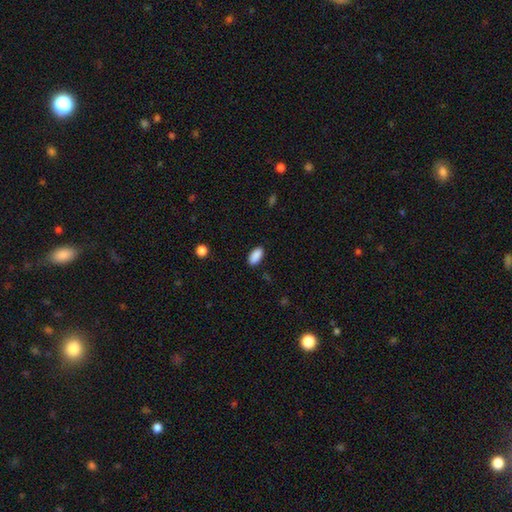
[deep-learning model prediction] A smooth galaxy with no disk features (90%) that is in between round and cigar-shaped (92%).

Vote fractions:
- Smooth or featured? smooth: 90% / star or artifact: 7% / featured or disk: 3%
- How rounded? in between: 92% / cigar-shaped: 6% / round: 3%
- Merging? none: 88% / minor disturbance: 9% / major disturbance: 2% / merger: 1%